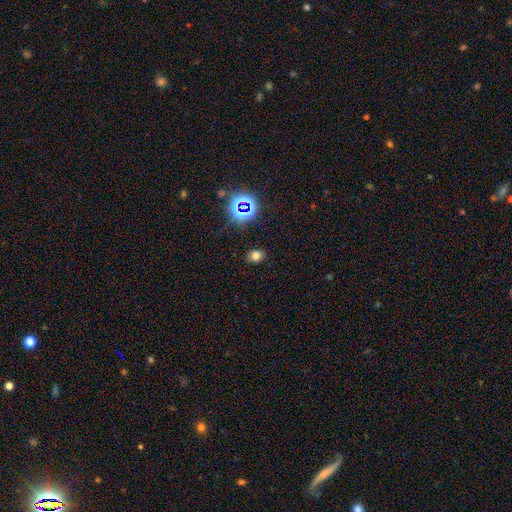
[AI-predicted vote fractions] Smooth or featured?
  - smooth: 70% *
  - star or artifact: 22%
  - featured or disk: 7%
How rounded?
  - in between: 58% *
  - round: 41%
  - cigar-shaped: 1%
Merging?
  - none: 86% *
  - minor disturbance: 9%
  - major disturbance: 3%
  - merger: 1%